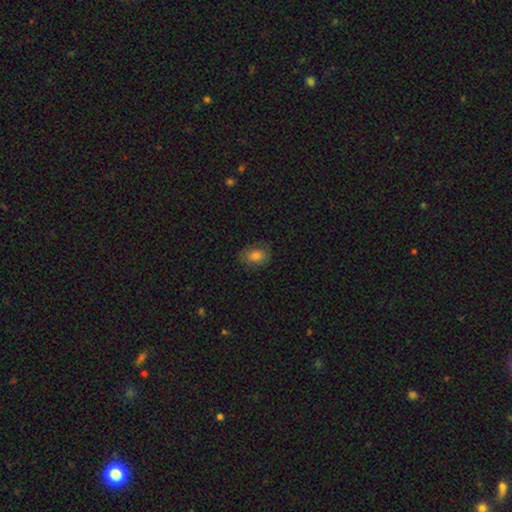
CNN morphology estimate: A smooth galaxy with no disk features (81%) that is in between round and cigar-shaped (71%). Merging: none (77%).